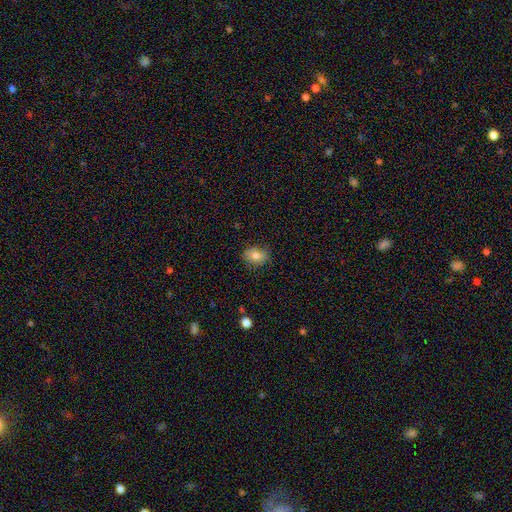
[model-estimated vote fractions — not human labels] Q: Smooth or featured?
A: smooth (79%); runner-up: featured or disk (11%)
Q: How rounded?
A: in between (60%); runner-up: round (39%)
Q: Merging?
A: none (82%); runner-up: minor disturbance (14%)